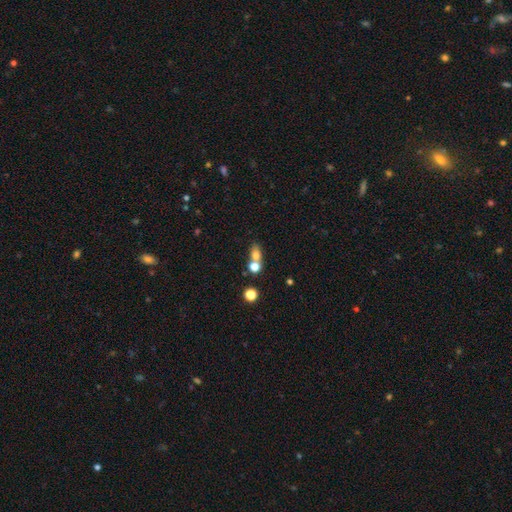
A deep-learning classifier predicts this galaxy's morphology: This appears to be a smooth galaxy with no disk features (72%) that is in between round and cigar-shaped (53%). Merging: merger (45%).